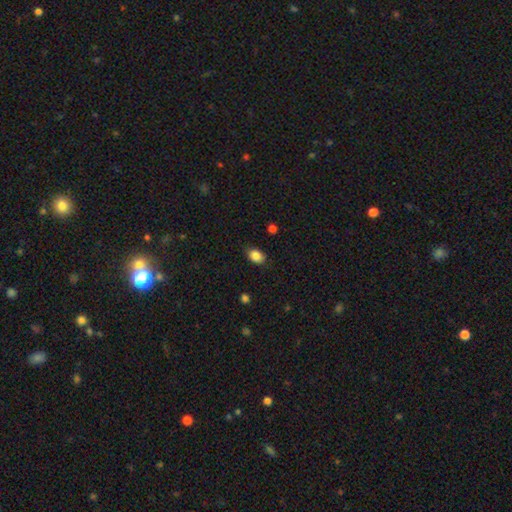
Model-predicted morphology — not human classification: type=smooth (86%); roundness=in between (80%); merging=none (82%).